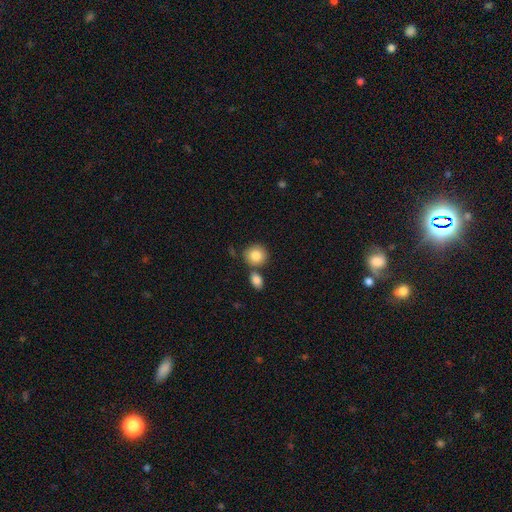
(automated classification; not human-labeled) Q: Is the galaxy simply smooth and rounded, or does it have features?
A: smooth — 84%.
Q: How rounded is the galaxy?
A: round — 82%.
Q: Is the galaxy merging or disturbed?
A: none — 67%.